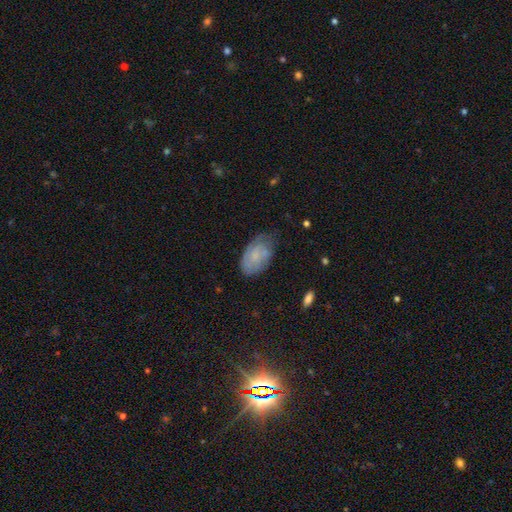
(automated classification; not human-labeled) A smooth galaxy with no disk features (52%) that is in between round and cigar-shaped (92%). Merging: none (58%).